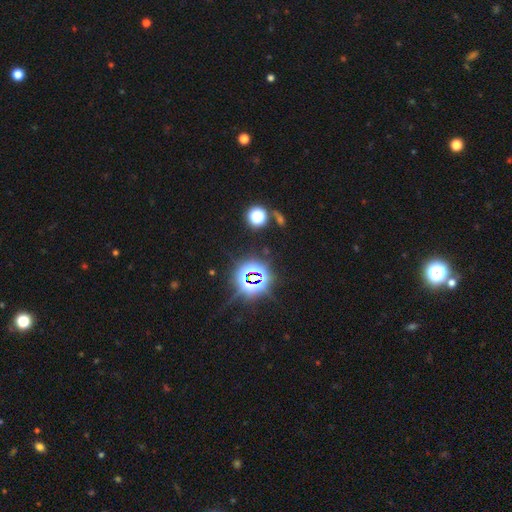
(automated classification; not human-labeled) Smooth or featured? Predicted: star or artifact (p=0.81).